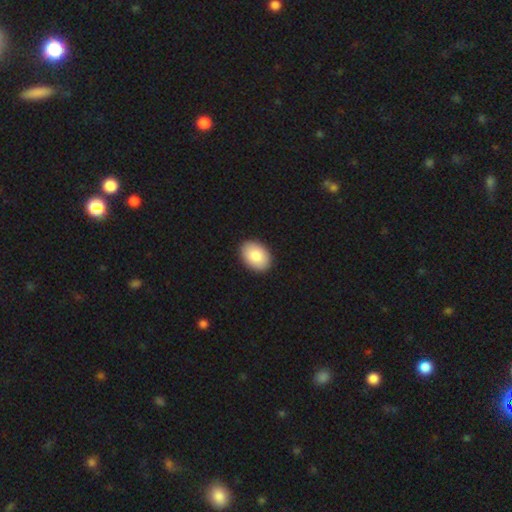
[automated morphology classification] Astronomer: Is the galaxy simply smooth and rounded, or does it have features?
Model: smooth — 86%.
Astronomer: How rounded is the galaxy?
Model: in between — 83%.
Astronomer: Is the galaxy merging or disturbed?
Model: none — 91%.